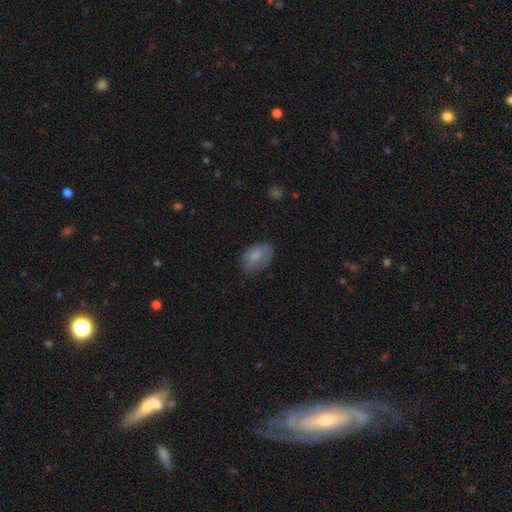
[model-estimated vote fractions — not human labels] Overall: smooth (76%). How rounded: in between (89%). Merging: none (61%; minor disturbance 28%).